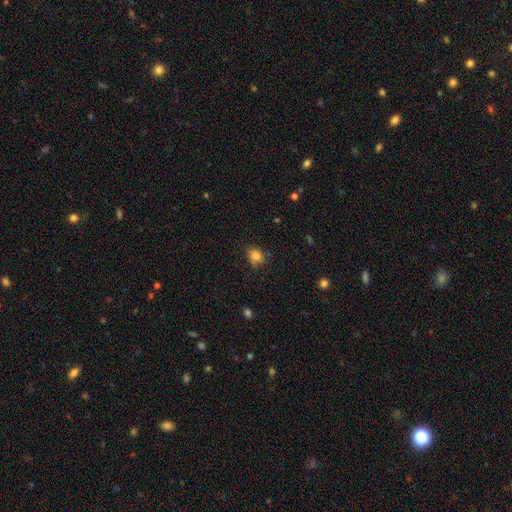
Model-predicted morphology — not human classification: Smooth or featured: smooth — 83% (star or artifact — 11%)
How rounded: round — 63% (in between — 36%)
Merging: none — 70% (minor disturbance — 23%)